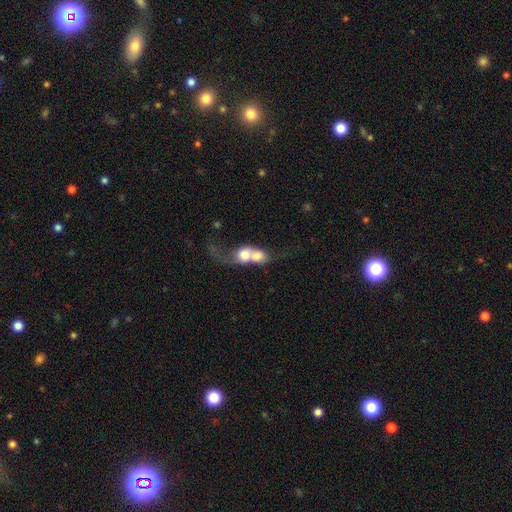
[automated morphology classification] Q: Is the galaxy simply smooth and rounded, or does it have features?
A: smooth — 60%.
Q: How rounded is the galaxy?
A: round — 53%.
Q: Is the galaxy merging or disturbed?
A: merger — 81%.